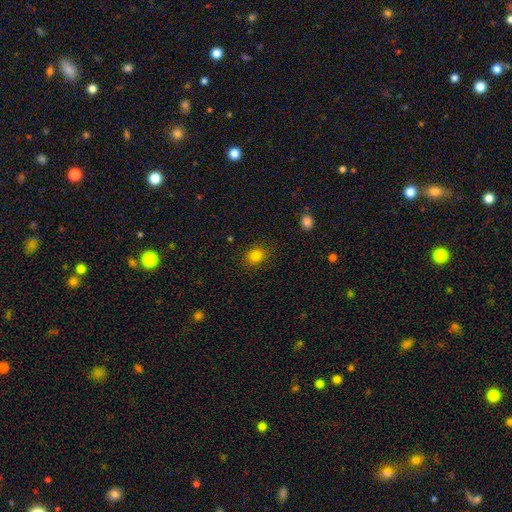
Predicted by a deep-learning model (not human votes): Smooth or featured? Predicted: smooth (p=0.83). How rounded? Predicted: round (p=0.56). Merging? Predicted: none (p=0.87).